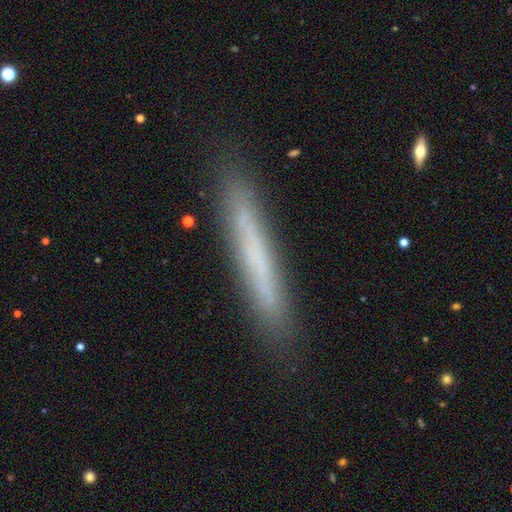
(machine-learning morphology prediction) smooth 54%, featured or disk 38%, star or artifact 9%. Down the decision tree: how rounded — cigar-shaped (96%); merging — none (87%).